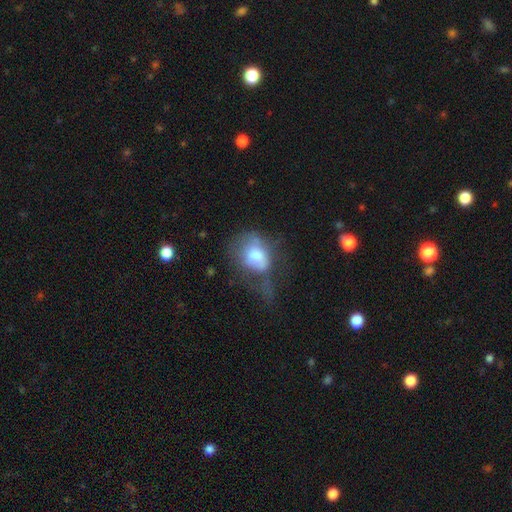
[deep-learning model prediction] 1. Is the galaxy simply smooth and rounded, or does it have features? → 60% smooth, 30% featured or disk, 10% star or artifact.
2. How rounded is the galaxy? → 57% in between, 42% round, 1% cigar-shaped.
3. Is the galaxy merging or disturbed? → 48% major disturbance, 22% minor disturbance, 20% none, 10% merger.